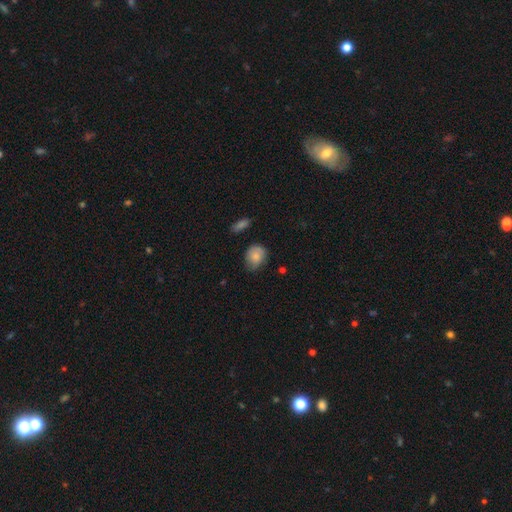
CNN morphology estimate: This is likely a smooth galaxy (77%). How rounded: possibly round (52%). Merging: possibly none (59%).